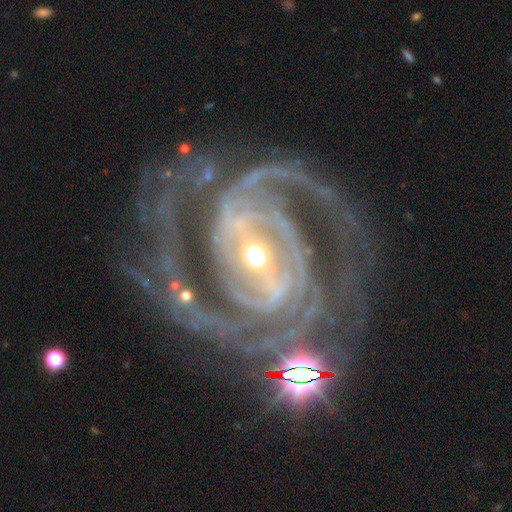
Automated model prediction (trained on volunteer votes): Morphology: type=featured or disk (94%); edge-on=no (98%); bar=strong (44%); spiral arms=yes (98%); winding=tight (51%); arm count=2 (39%); bulge=moderate (50%); merging=none (59%).